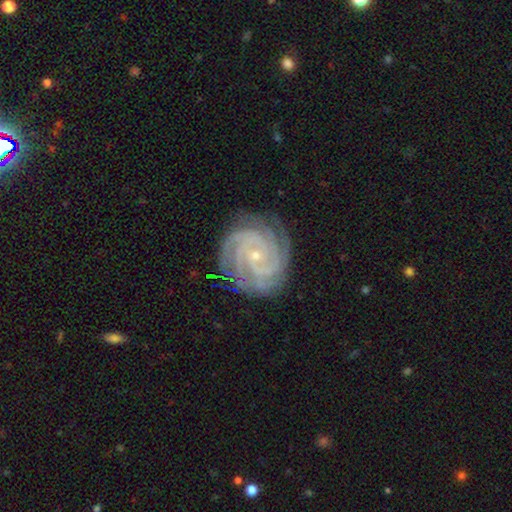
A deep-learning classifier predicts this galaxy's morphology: Overall: featured or disk (92%). Edge-on disk: no (98%). Bar: no (66%). Spiral arms: yes (99%). Spiral arm count: 4 (31%; 3 26%). Spiral winding: tight (84%). Bulge size: small (82%). Merging: none (83%).